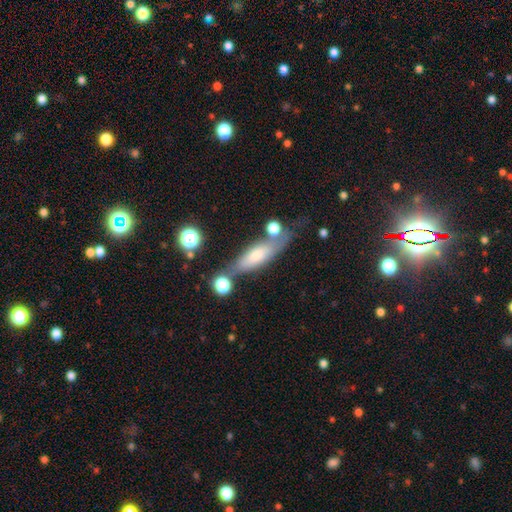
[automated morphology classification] This appears to be a smooth galaxy with no disk features (54%) that is cigar-shaped (56%). Merging: none (56%).